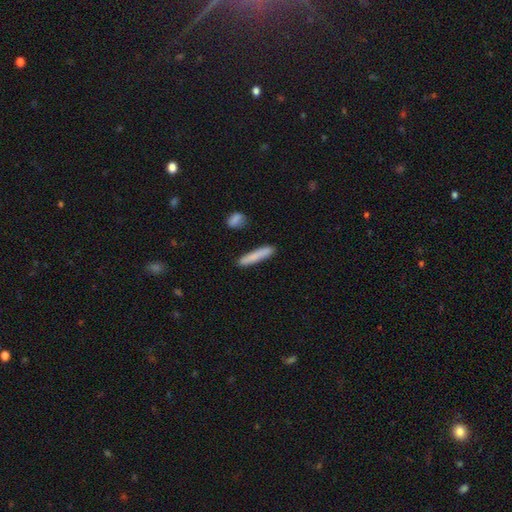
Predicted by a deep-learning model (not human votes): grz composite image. It shows a smooth galaxy with no disk features (82%) that is cigar-shaped (92%). Merging: none (89%).